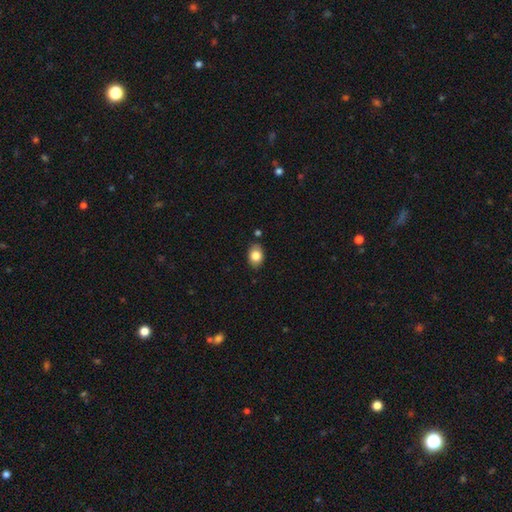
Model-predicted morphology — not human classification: Overall: smooth (82%). How rounded: in between (78%). Merging: none (83%).